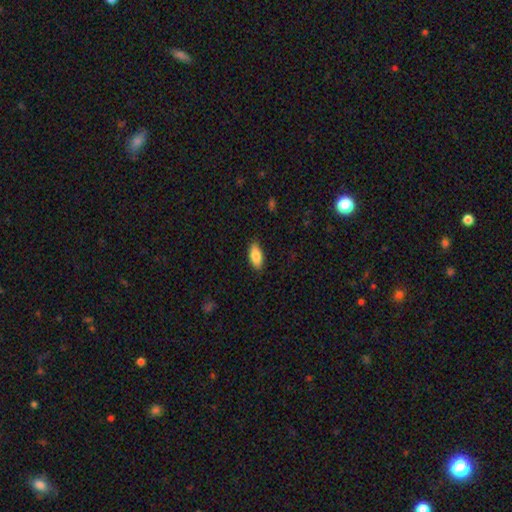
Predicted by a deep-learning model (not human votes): The model was most divided on "how rounded": in between: 85%, cigar-shaped: 13%, round: 2%. More confident: smooth or featured — smooth (86%); merging — none (86%).